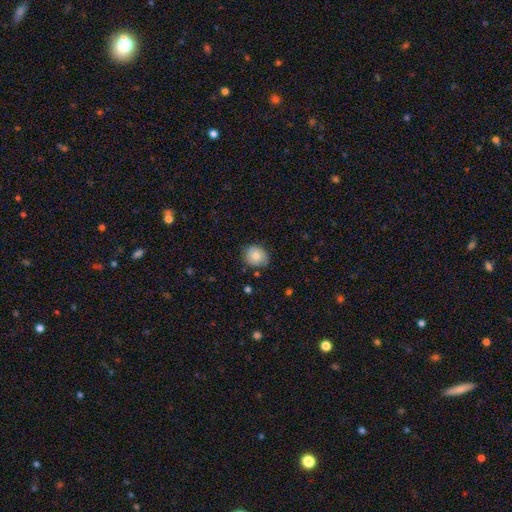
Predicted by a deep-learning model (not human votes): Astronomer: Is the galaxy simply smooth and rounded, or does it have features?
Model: smooth — 82%.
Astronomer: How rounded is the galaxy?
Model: round — 72%.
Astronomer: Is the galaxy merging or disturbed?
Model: none — 80%.